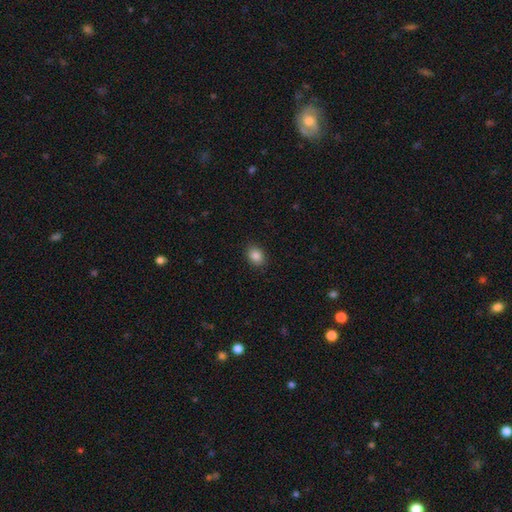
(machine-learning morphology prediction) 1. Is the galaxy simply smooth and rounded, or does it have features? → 87% smooth, 9% star or artifact, 4% featured or disk.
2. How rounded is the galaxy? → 67% in between, 32% round, 1% cigar-shaped.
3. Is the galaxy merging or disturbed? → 88% none, 9% minor disturbance, 2% major disturbance, 1% merger.